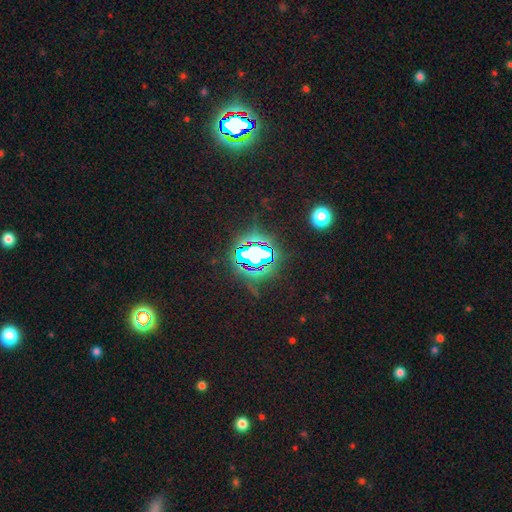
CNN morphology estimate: Smooth or featured: star or artifact — 74% (smooth — 14%)